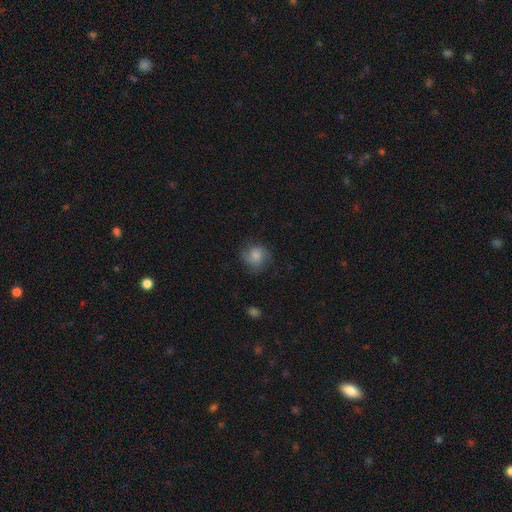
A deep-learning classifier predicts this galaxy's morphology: smooth-or-featured: smooth: 65% | featured or disk: 26% | star or artifact: 9%
  how-rounded: round: 82% | in between: 17% | cigar-shaped: 1%
  merging: none: 68% | minor disturbance: 21% | major disturbance: 10% | merger: 1%